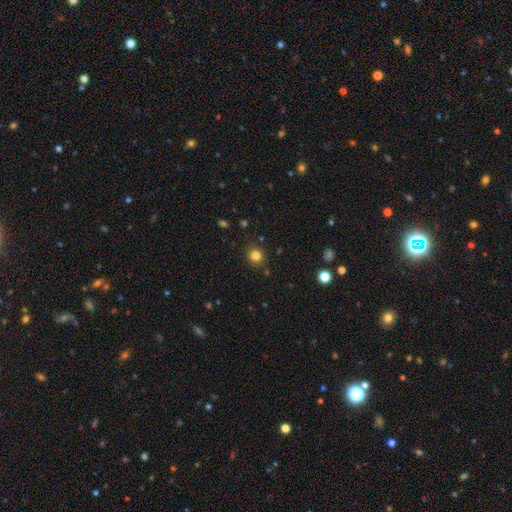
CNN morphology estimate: A smooth galaxy with no disk features (82%) that is round (88%).

Vote fractions:
- Smooth or featured? smooth: 82% / star or artifact: 13% / featured or disk: 5%
- How rounded? round: 88% / in between: 11% / cigar-shaped: 1%
- Merging? none: 87% / minor disturbance: 8% / major disturbance: 3% / merger: 2%